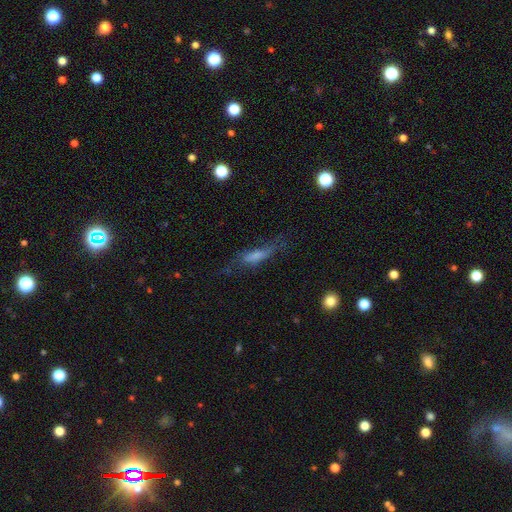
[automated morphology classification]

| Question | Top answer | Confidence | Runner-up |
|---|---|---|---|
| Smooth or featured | smooth | 45% | featured or disk (41%) |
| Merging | none | 54% | minor disturbance (24%) |